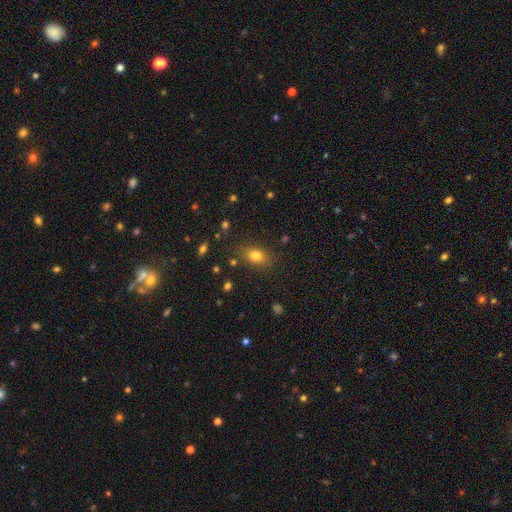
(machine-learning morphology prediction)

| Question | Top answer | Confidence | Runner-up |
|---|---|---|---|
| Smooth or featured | smooth | 78% | star or artifact (12%) |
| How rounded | in between | 75% | round (22%) |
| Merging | none | 80% | minor disturbance (13%) |